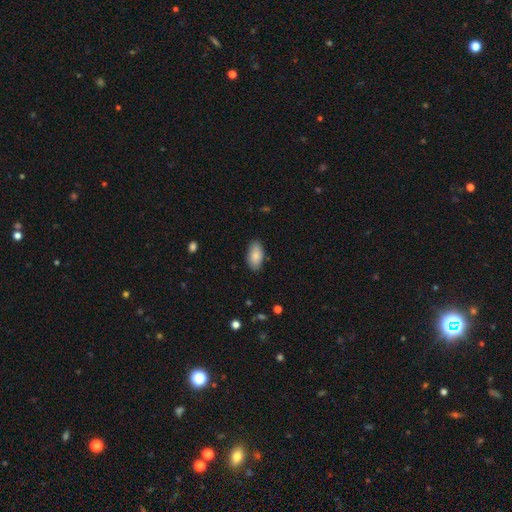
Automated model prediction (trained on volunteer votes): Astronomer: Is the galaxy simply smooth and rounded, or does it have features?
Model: smooth — 84%.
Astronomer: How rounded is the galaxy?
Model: in between — 94%.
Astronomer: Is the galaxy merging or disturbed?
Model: none — 85%.